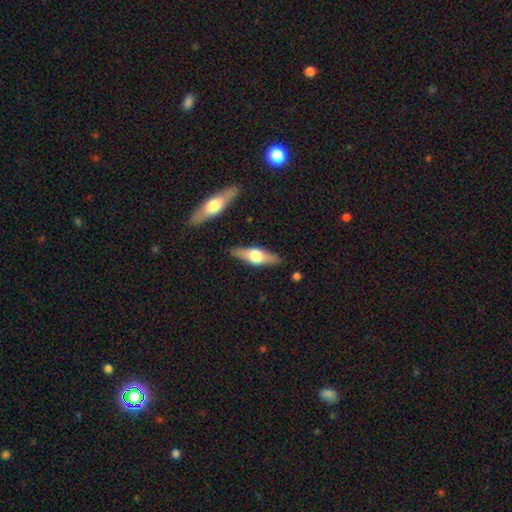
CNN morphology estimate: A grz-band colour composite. It shows a featured or disk galaxy (60%) viewed edge-on (93%) with a rounded central bulge (93%). Merging: none (86%).